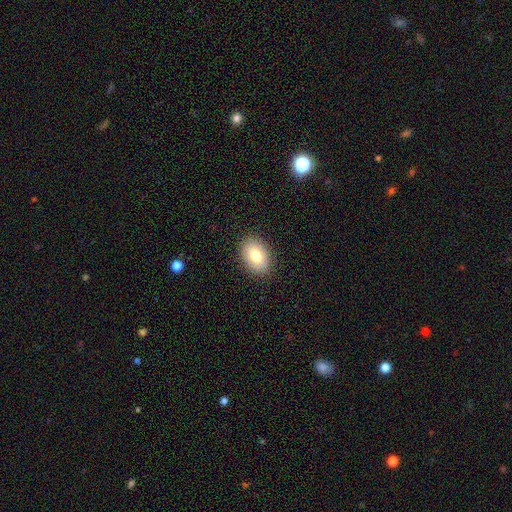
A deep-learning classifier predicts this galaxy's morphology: type=smooth (79%); roundness=in between (84%); merging=none (88%).